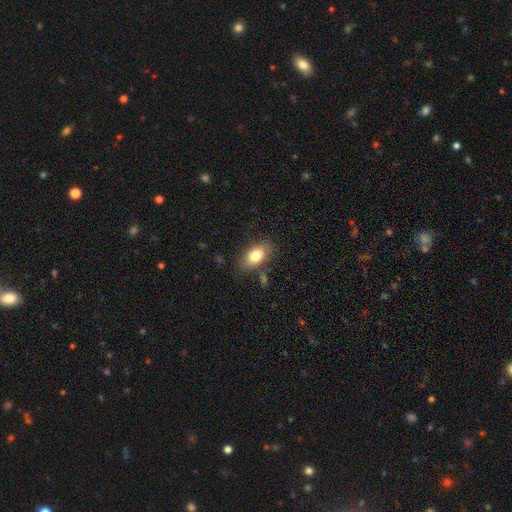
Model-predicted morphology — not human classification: Smooth or featured? Predicted: smooth (p=0.80). How rounded? Predicted: in between (p=0.88). Merging? Predicted: none (p=0.79).